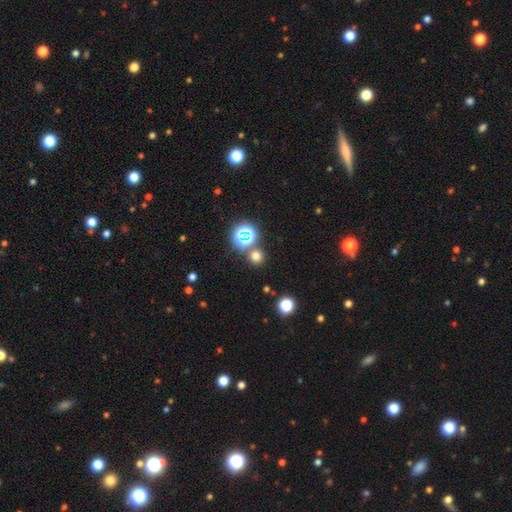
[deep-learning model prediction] smooth_or_featured: smooth (p=0.67) [alt: star or artifact p=0.28]
how_rounded: round (p=0.91) [alt: in between p=0.08]
merging: none (p=0.81) [alt: merger p=0.10]